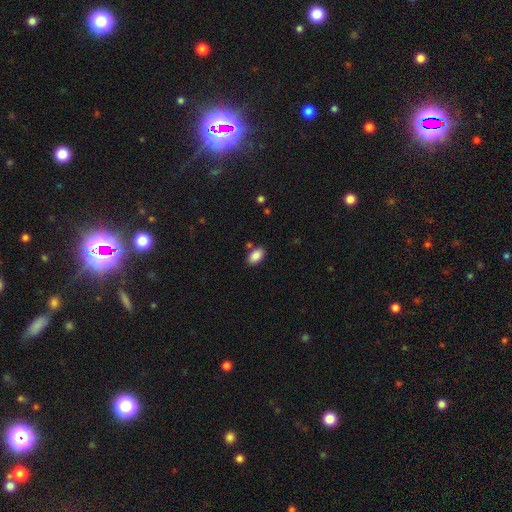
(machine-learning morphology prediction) smooth-or-featured: smooth: 88% | star or artifact: 8% | featured or disk: 4%
  how-rounded: in between: 93% | round: 6% | cigar-shaped: 2%
  merging: none: 82% | minor disturbance: 11% | merger: 5% | major disturbance: 3%